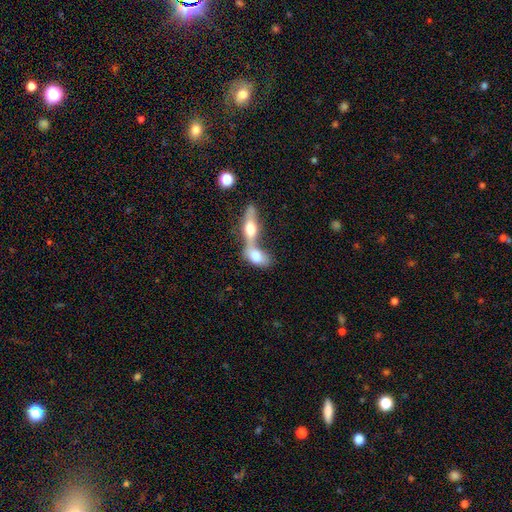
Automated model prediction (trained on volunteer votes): Overall: smooth (63%; featured or disk 30%). How rounded: in between (79%). Merging: merger (72%).